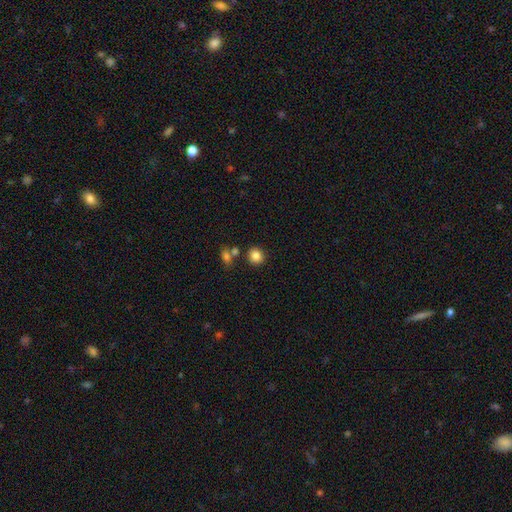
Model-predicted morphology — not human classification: The model was most divided on "how rounded": round: 84%, in between: 15%, cigar-shaped: 1%. More confident: smooth or featured — smooth (84%); merging — none (80%).